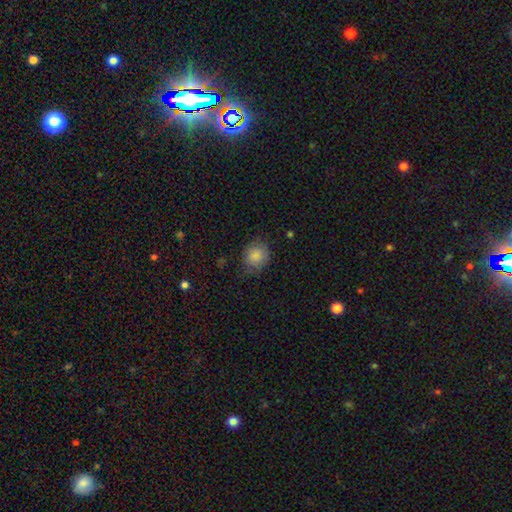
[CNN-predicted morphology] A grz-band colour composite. It shows a smooth galaxy with no disk features (84%) that is round (77%). Merging: none (69%).